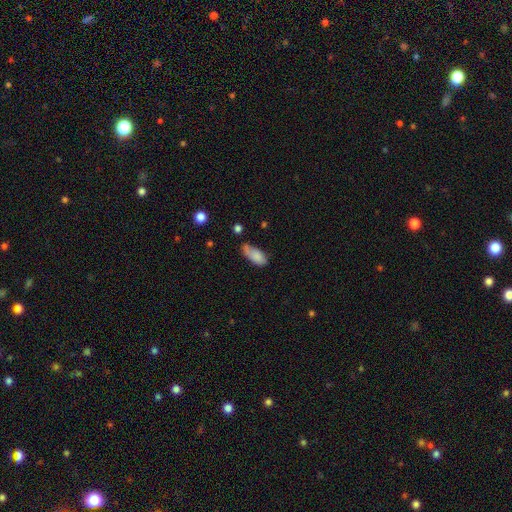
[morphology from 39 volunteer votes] smooth-or-featured: smooth: 90% | featured or disk: 8% | star or artifact: 3%
  how-rounded: in between: 89% | cigar-shaped: 9% | round: 3%
  merging: none: 55% | minor disturbance: 18% | major disturbance: 16% | merger: 11%